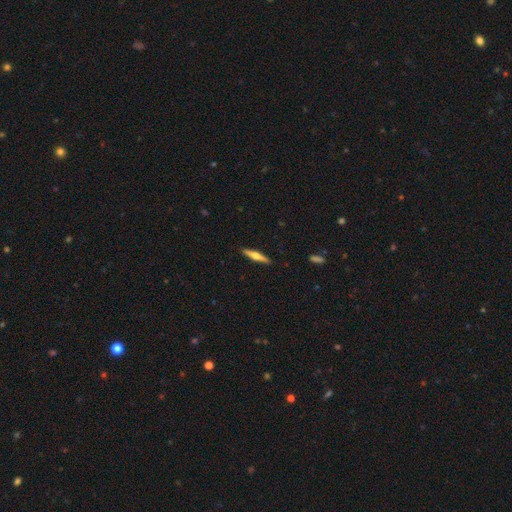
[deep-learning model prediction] smooth_or_featured: featured or disk (p=0.58) [alt: smooth p=0.37]
disk_edge_on: yes (p=0.97) [alt: no p=0.03]
edge_on_bulge: rounded (p=0.89) [alt: none p=0.06]
merging: none (p=0.91) [alt: minor disturbance p=0.07]